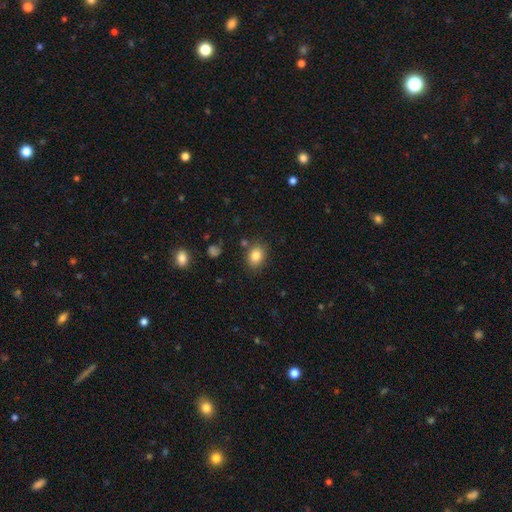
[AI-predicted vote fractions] smooth_or_featured: smooth (p=0.83) [alt: star or artifact p=0.10]
how_rounded: in between (p=0.58) [alt: round p=0.41]
merging: none (p=0.81) [alt: minor disturbance p=0.12]